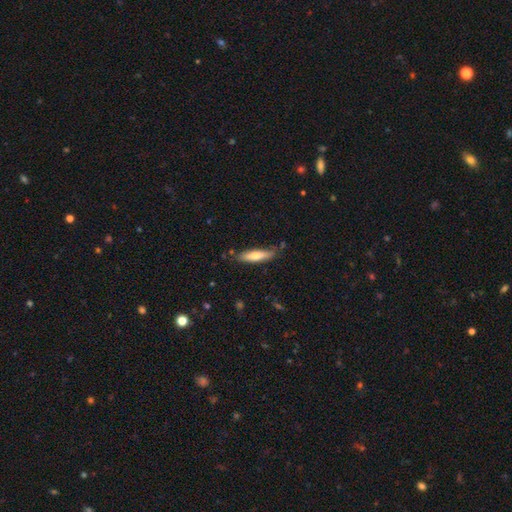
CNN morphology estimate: Q: Smooth or featured?
A: smooth (63%); runner-up: featured or disk (31%)
Q: How rounded?
A: cigar-shaped (73%); runner-up: in between (26%)
Q: Merging?
A: none (79%); runner-up: minor disturbance (16%)